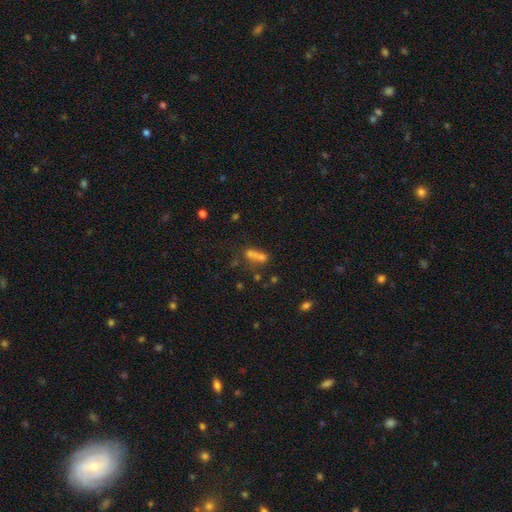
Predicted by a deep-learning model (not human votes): smooth-or-featured: smooth: 63% | featured or disk: 20% | star or artifact: 18%
  how-rounded: in between: 53% | cigar-shaped: 35% | round: 12%
  merging: merger: 38% | none: 34% | minor disturbance: 14% | major disturbance: 14%